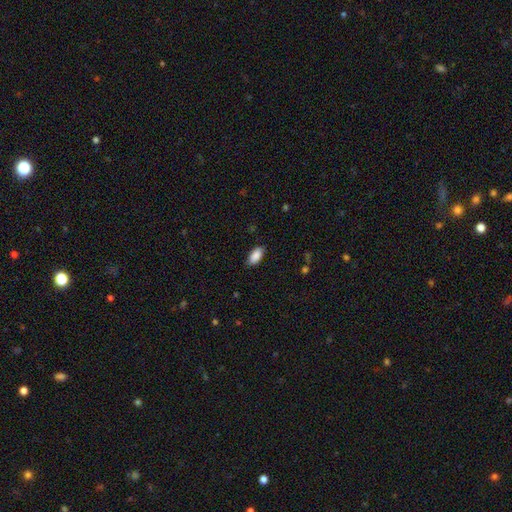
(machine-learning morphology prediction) Overall: smooth (89%). How rounded: in between (92%). Merging: none (85%).